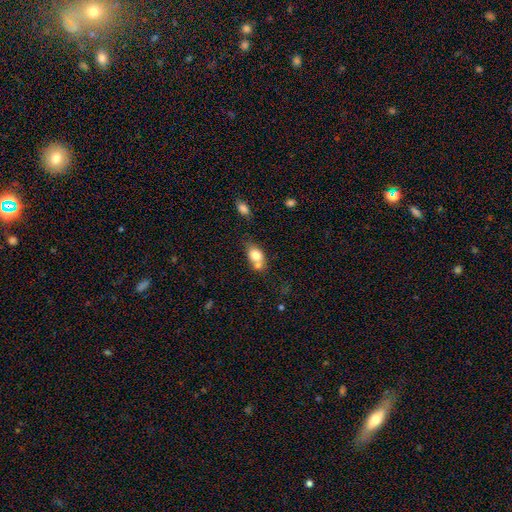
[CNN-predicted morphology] smooth_or_featured: smooth (p=0.75) [alt: featured or disk p=0.16]
how_rounded: in between (p=0.69) [alt: round p=0.28]
merging: merger (p=0.45) [alt: none p=0.37]